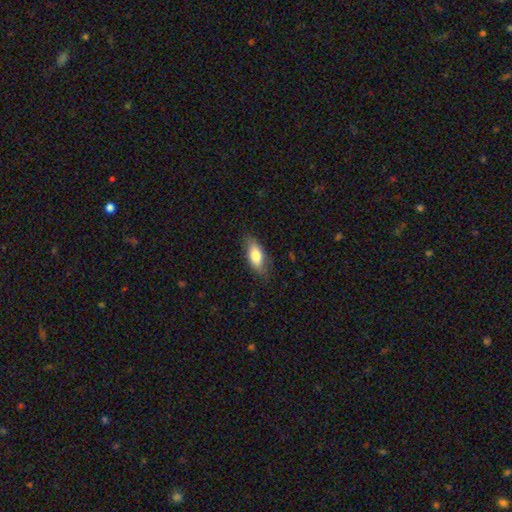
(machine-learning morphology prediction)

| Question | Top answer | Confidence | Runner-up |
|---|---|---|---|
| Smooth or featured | smooth | 76% | featured or disk (18%) |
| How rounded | in between | 80% | cigar-shaped (17%) |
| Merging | none | 78% | minor disturbance (17%) |